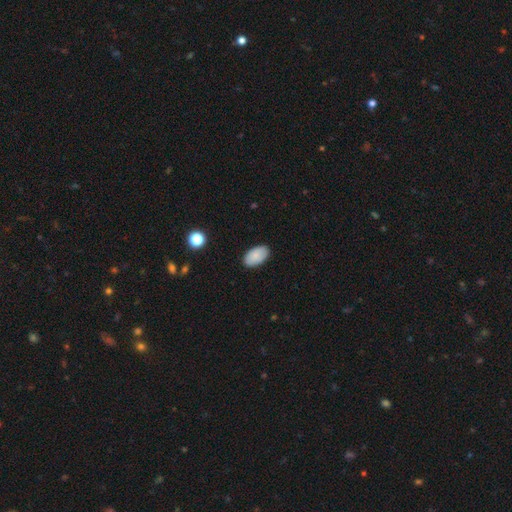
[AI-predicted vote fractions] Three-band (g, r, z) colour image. It shows a smooth galaxy with no disk features (86%) that is in between round and cigar-shaped (95%). Merging: none (87%).